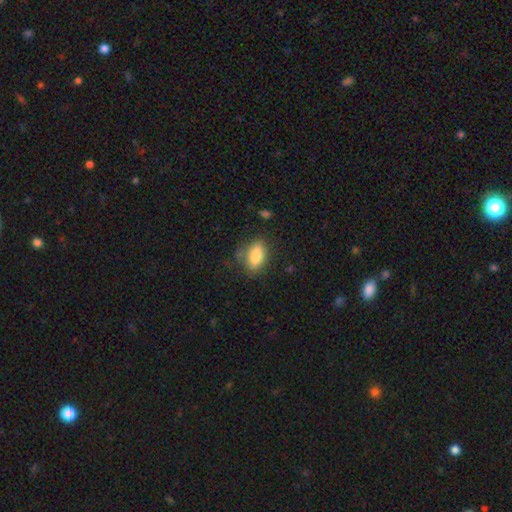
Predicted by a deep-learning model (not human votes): smooth 81%, featured or disk 11%, star or artifact 8%. Down the decision tree: how rounded — in between (85%); merging — none (74%).